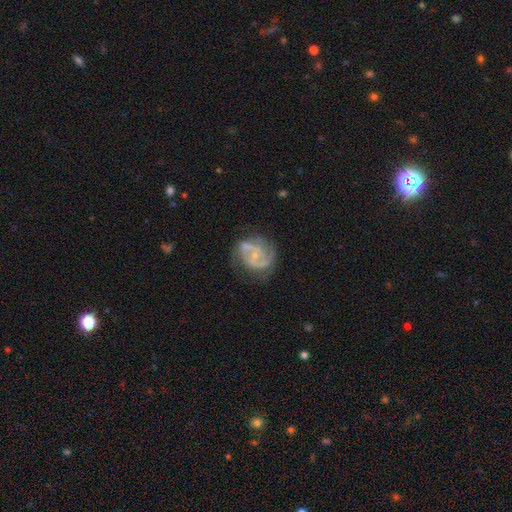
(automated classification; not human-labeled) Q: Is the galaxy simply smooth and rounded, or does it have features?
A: featured or disk — 81%.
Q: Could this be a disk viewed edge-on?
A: no — 98%.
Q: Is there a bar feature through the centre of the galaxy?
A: no — 52%.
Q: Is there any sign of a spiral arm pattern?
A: yes — 90%.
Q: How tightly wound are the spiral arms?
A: medium — 49%.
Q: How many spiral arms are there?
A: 2 — 65%.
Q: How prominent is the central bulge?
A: small — 69%.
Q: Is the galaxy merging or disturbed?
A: none — 60%.